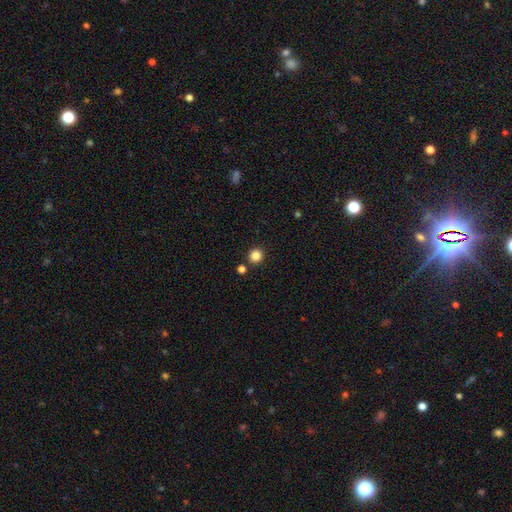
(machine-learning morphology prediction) This is clearly a smooth galaxy (84%). How rounded: clearly round (93%). Merging: clearly none (88%).